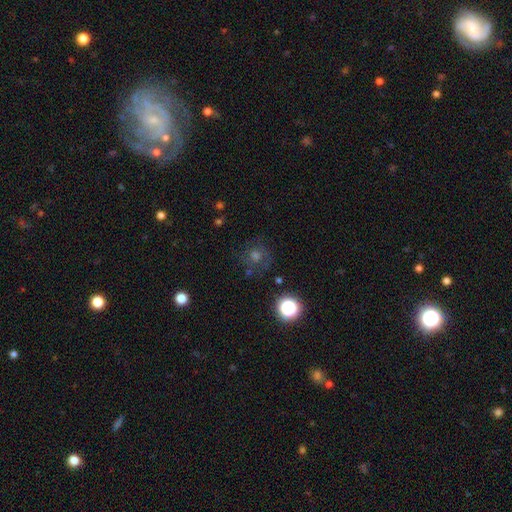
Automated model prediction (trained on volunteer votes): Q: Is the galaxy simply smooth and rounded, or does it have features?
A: smooth — 39%.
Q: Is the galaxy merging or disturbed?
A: none — 74%.